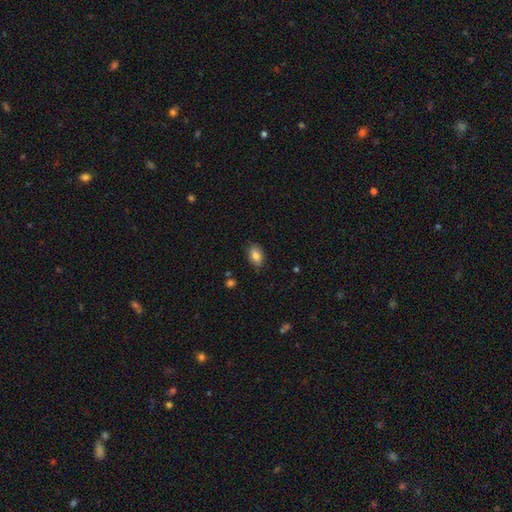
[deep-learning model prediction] smooth_or_featured: smooth (p=0.83) [alt: featured or disk p=0.09]
how_rounded: in between (p=0.86) [alt: round p=0.13]
merging: none (p=0.81) [alt: minor disturbance p=0.15]